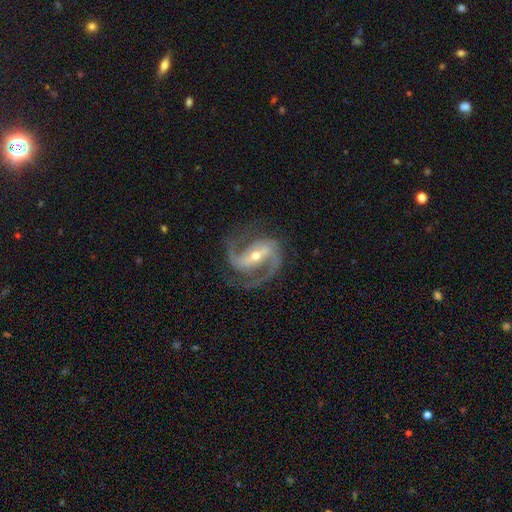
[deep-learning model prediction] Smooth or featured? featured or disk (93%)
Edge-on disk? no (97%)
Bar? strong (60%)
Spiral arms? yes (98%)
Spiral winding? medium (63%)
Spiral arm count? 2 (88%)
Bulge size? small (53%)
Merging? none (78%)